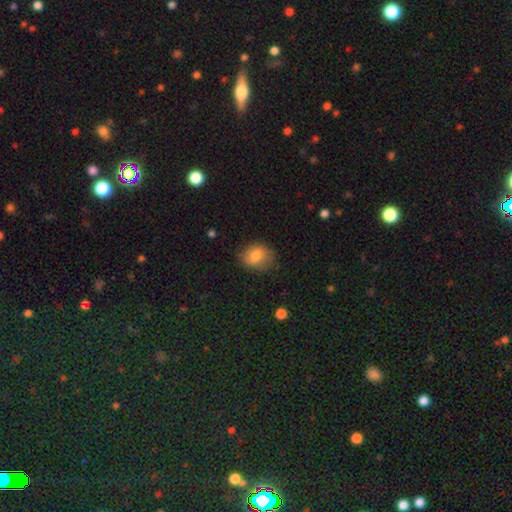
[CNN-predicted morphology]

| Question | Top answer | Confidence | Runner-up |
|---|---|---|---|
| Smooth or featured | smooth | 77% | featured or disk (15%) |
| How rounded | round | 54% | in between (45%) |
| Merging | none | 74% | minor disturbance (20%) |